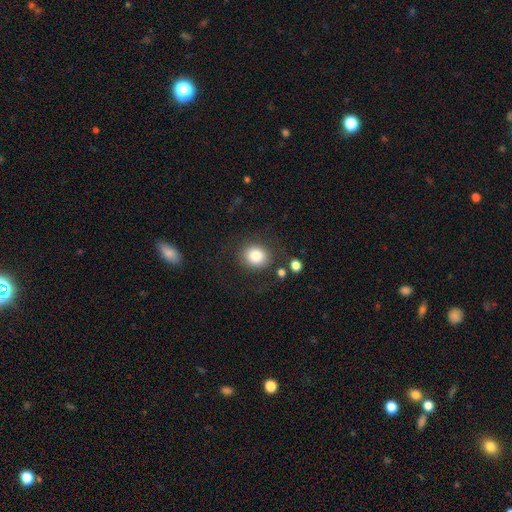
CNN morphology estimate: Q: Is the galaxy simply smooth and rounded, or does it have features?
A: smooth — 83%.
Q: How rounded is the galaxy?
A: round — 74%.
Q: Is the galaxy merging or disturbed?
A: none — 80%.